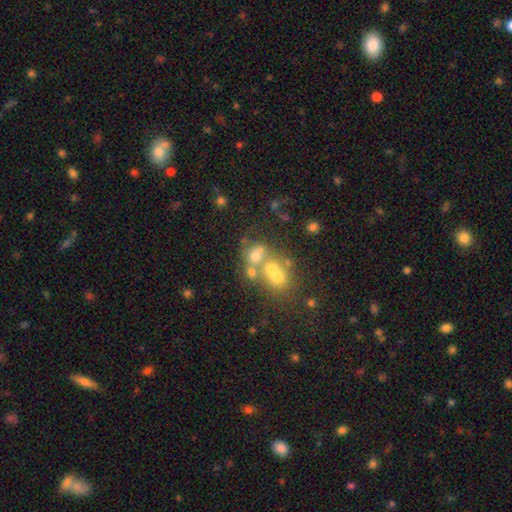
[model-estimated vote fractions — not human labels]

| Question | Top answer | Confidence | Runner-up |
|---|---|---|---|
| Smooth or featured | smooth | 53% | featured or disk (27%) |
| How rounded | round | 63% | in between (35%) |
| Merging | merger | 49% | none (34%) |